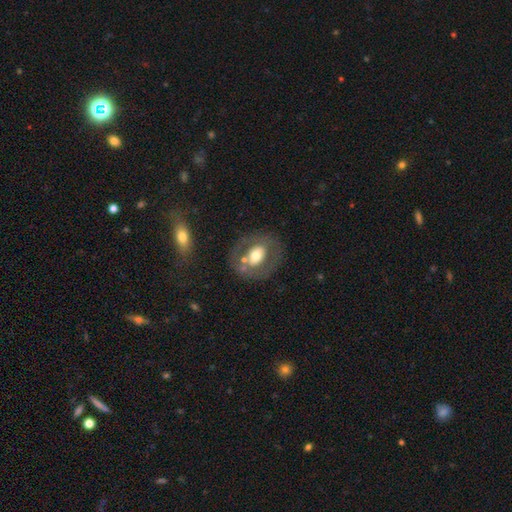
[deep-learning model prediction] smooth_or_featured: featured or disk (p=0.47) [alt: smooth p=0.46]
merging: none (p=0.68) [alt: minor disturbance p=0.15]